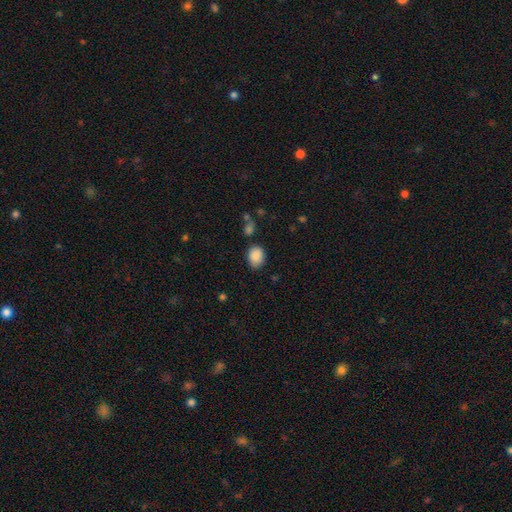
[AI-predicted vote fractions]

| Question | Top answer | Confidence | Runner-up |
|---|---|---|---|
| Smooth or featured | smooth | 87% | star or artifact (8%) |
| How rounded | in between | 59% | round (40%) |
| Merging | none | 77% | minor disturbance (15%) |